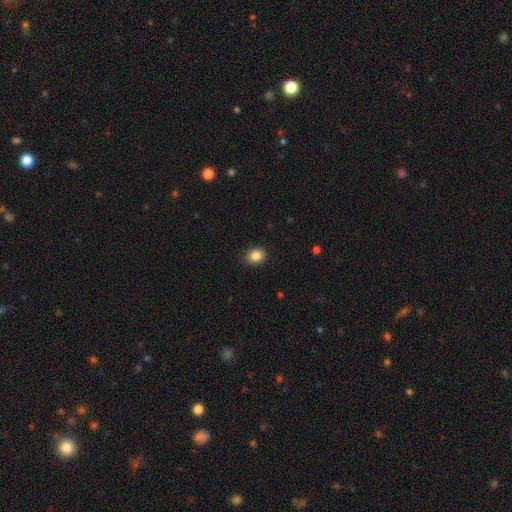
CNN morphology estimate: The model was most divided on "how rounded": round: 60%, in between: 40%, cigar-shaped: 1%. More confident: merging — none (90%); smooth or featured — smooth (86%).